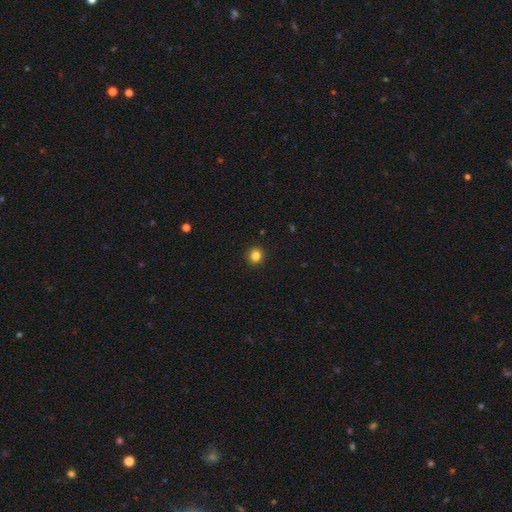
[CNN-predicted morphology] Q: Smooth or featured?
A: smooth (84%); runner-up: star or artifact (12%)
Q: How rounded?
A: round (88%); runner-up: in between (11%)
Q: Merging?
A: none (93%); runner-up: minor disturbance (5%)